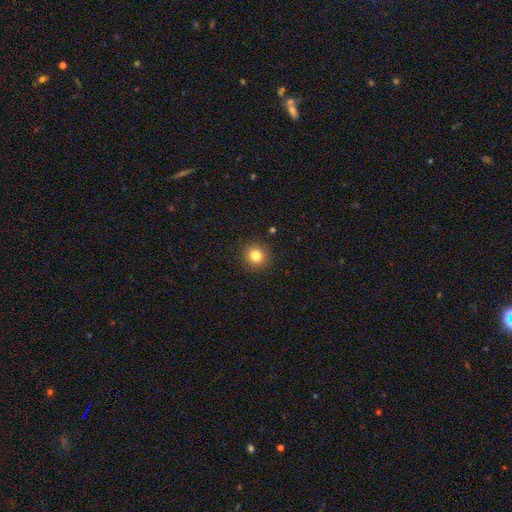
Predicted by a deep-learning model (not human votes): This appears to be a smooth galaxy with no disk features (81%) that is round (91%). Merging: none (91%).